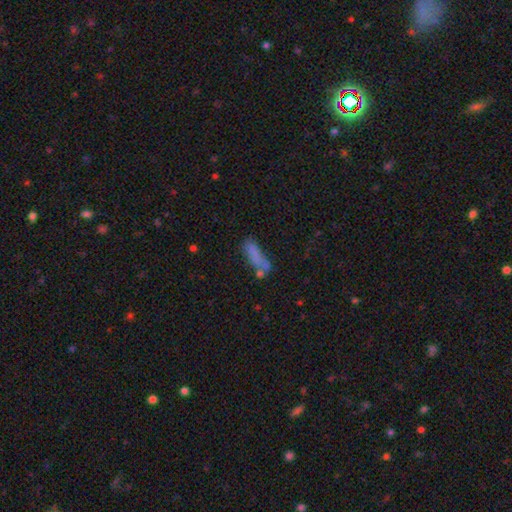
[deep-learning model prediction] A smooth galaxy with no disk features (70%) that is cigar-shaped (57%). Merging: none (47%).